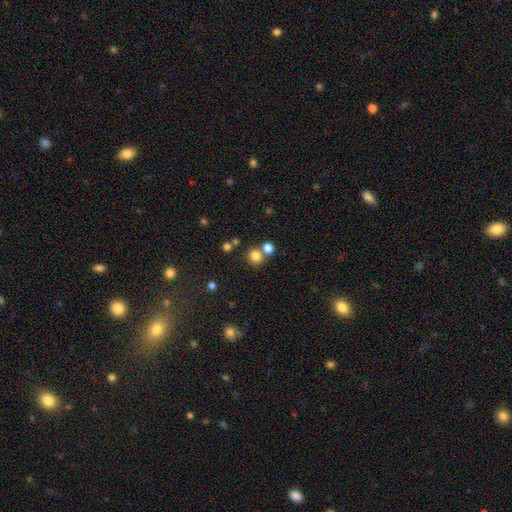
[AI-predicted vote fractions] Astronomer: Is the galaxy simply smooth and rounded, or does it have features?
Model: smooth — 79%.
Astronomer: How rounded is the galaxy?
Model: round — 85%.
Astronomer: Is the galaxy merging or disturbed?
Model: none — 64%.